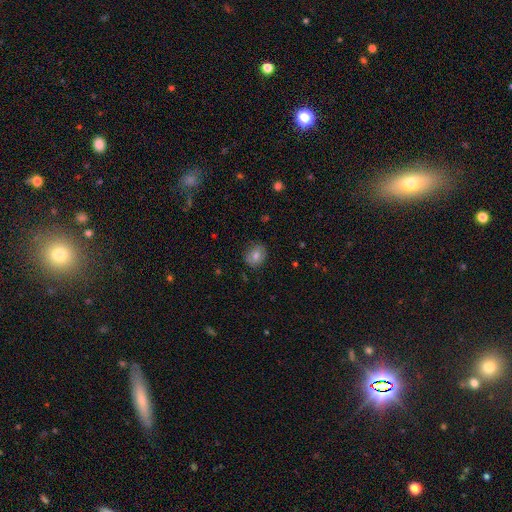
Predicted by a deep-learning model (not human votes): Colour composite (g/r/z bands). It shows a smooth galaxy with no disk features (74%) that is round (54%). Merging: none (82%).